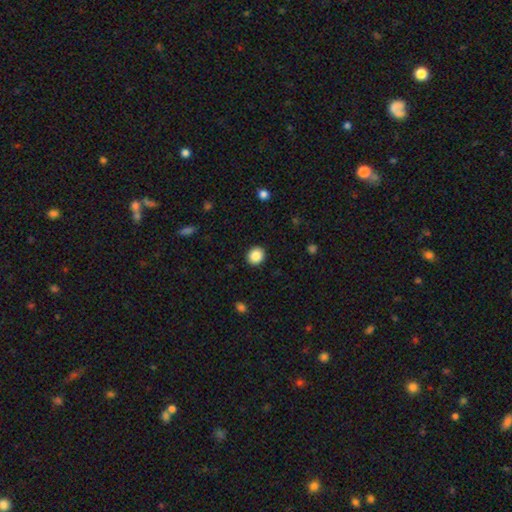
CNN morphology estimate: A smooth galaxy with no disk features (88%) that is round (83%).

Vote fractions:
- Smooth or featured? smooth: 88% / star or artifact: 9% / featured or disk: 4%
- How rounded? round: 83% / in between: 16% / cigar-shaped: 1%
- Merging? none: 92% / minor disturbance: 5% / major disturbance: 2% / merger: 1%